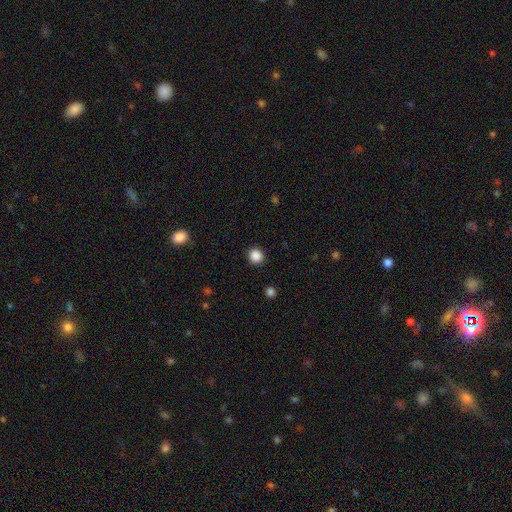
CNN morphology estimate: The model was most divided on "smooth or featured": smooth: 87%, star or artifact: 10%, featured or disk: 2%. More confident: merging — none (91%); how rounded — round (90%).